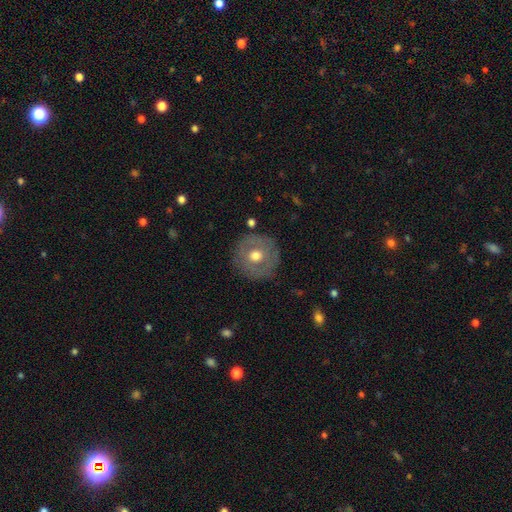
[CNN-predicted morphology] Smooth or featured: smooth — 53% (featured or disk — 40%)
How rounded: round — 95% (in between — 4%)
Merging: none — 84% (minor disturbance — 10%)